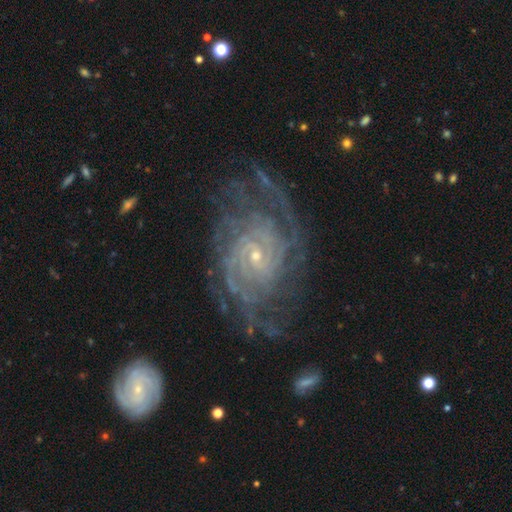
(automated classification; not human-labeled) Smooth or featured?
  - featured or disk: 89% *
  - star or artifact: 7%
  - smooth: 5%
Edge-on disk?
  - no: 97% *
  - yes: 3%
Bar?
  - no: 56% *
  - weak: 33%
  - strong: 11%
Spiral arms?
  - yes: 97% *
  - no: 3%
Spiral winding?
  - tight: 67% *
  - medium: 27%
  - loose: 6%
Spiral arm count?
  - can't tell: 28% *
  - 2: 18%
  - 4: 18%
  - 3: 15%
  - more than 4: 13%
  - 1: 8%
Bulge size?
  - small: 83% *
  - moderate: 13%
  - none: 2%
  - large: 1%
  - dominant: 1%
Merging?
  - none: 66% *
  - minor disturbance: 18%
  - major disturbance: 13%
  - merger: 3%